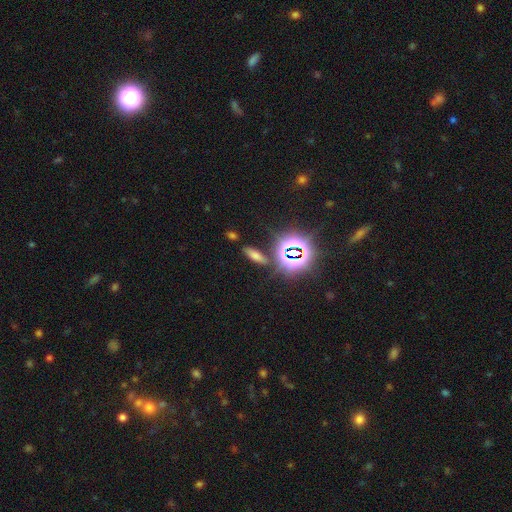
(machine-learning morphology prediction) A smooth galaxy with no disk features (55%) that is in between round and cigar-shaped (49%).

Vote fractions:
- Smooth or featured? smooth: 55% / star or artifact: 33% / featured or disk: 12%
- How rounded? in between: 49% / cigar-shaped: 43% / round: 8%
- Merging? none: 81% / minor disturbance: 10% / merger: 5% / major disturbance: 4%